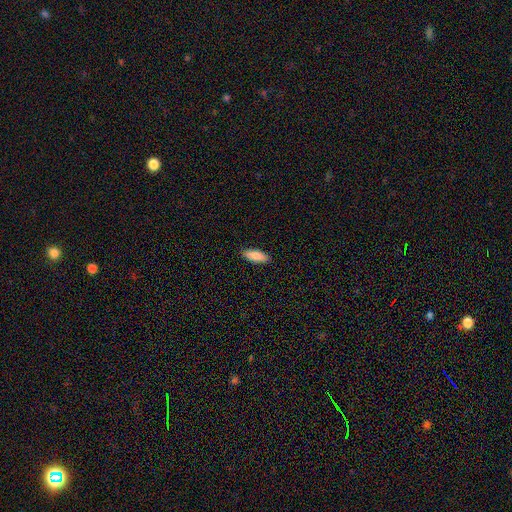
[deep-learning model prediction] Smooth or featured?
  - smooth: 88% *
  - featured or disk: 6%
  - star or artifact: 6%
How rounded?
  - in between: 70% *
  - cigar-shaped: 29%
  - round: 2%
Merging?
  - none: 90% *
  - minor disturbance: 8%
  - major disturbance: 2%
  - merger: 1%